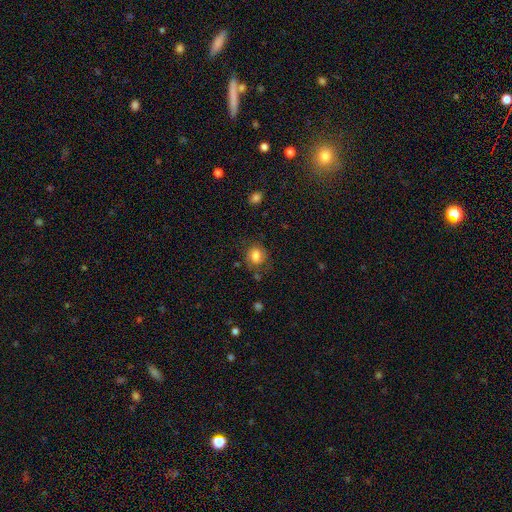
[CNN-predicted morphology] smooth_or_featured: smooth (p=0.77) [alt: featured or disk p=0.13]
how_rounded: round (p=0.65) [alt: in between p=0.34]
merging: none (p=0.71) [alt: minor disturbance p=0.19]